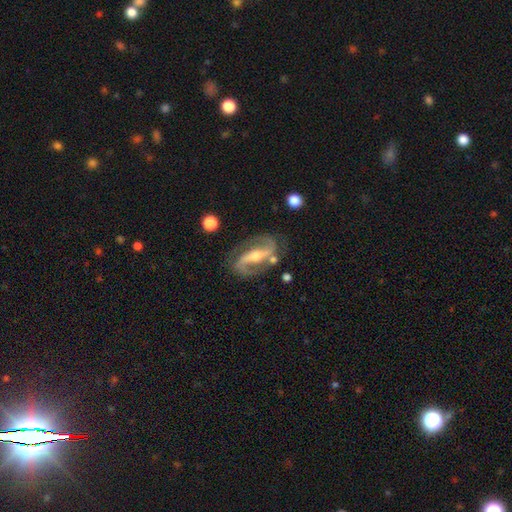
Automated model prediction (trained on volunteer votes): Smooth or featured: featured or disk — 90% (smooth — 5%)
Edge-on disk: no — 94% (yes — 6%)
Bar: strong — 62% (weak — 23%)
Spiral arms: yes — 96% (no — 4%)
Spiral winding: medium — 50% (loose — 30%)
Spiral arm count: 2 — 93% (can't tell — 2%)
Bulge size: moderate — 58% (small — 35%)
Merging: none — 77% (minor disturbance — 14%)